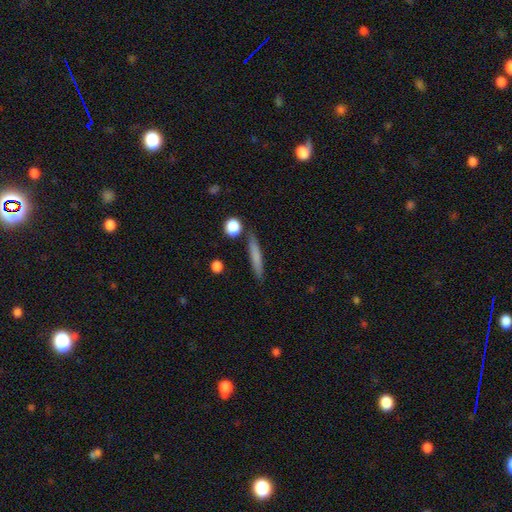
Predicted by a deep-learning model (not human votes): A smooth galaxy with no disk features (72%) that is cigar-shaped (92%). Merging: none (84%).